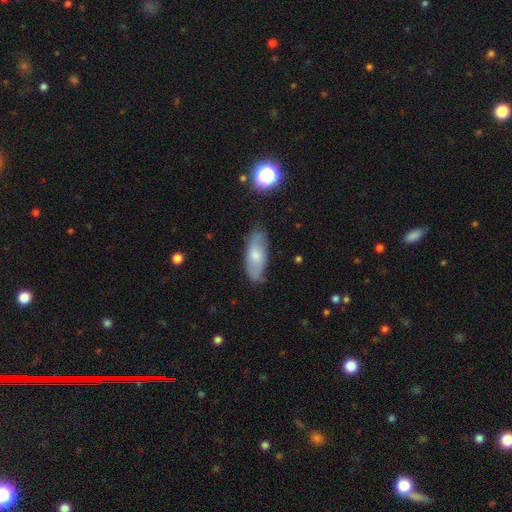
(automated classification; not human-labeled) Smooth or featured: smooth — 55% (featured or disk — 37%)
How rounded: in between — 79% (cigar-shaped — 18%)
Merging: none — 74% (minor disturbance — 20%)